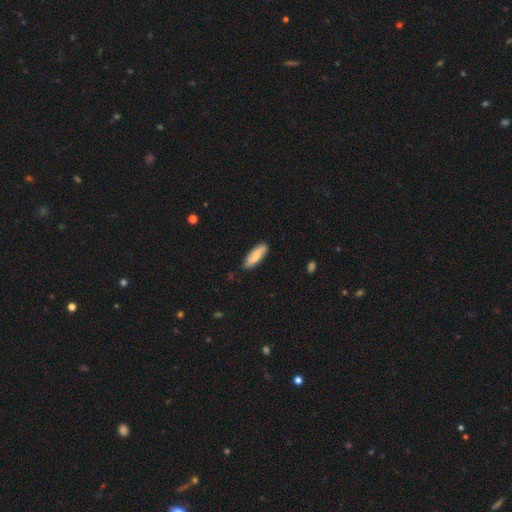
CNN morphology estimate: This is likely a smooth galaxy (63%). How rounded: likely in between (60%). Merging: clearly none (85%).